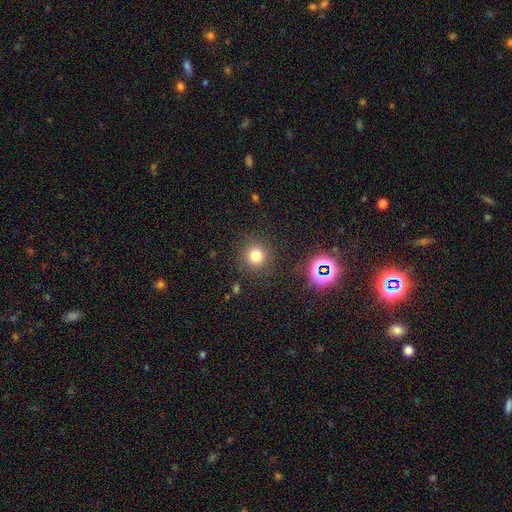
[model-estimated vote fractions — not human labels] Morphology: type=smooth (77%); roundness=round (92%); merging=none (88%).